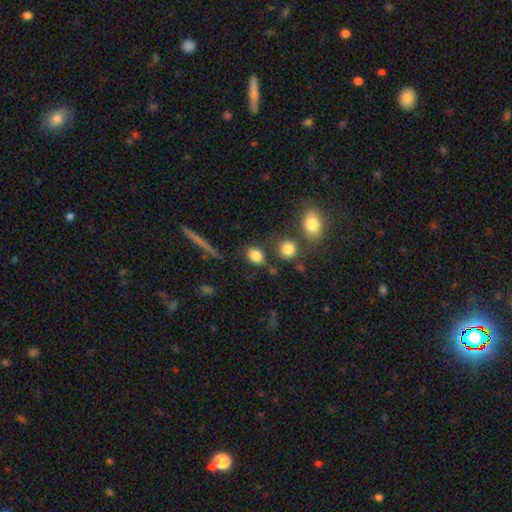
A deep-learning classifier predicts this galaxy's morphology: Smooth or featured? smooth (83%)
How rounded? in between (69%)
Merging? none (71%)